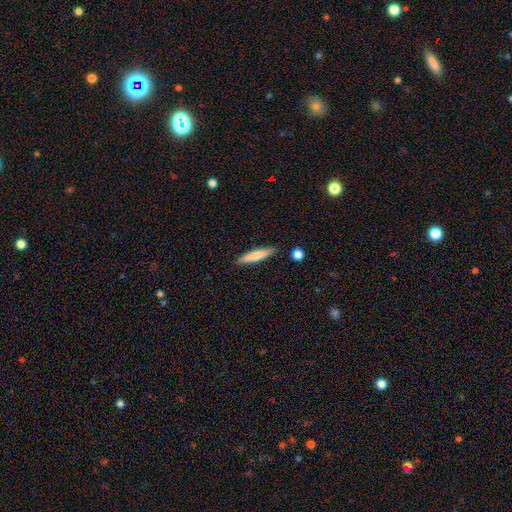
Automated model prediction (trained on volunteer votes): Smooth or featured? smooth (72%)
How rounded? cigar-shaped (88%)
Merging? none (87%)